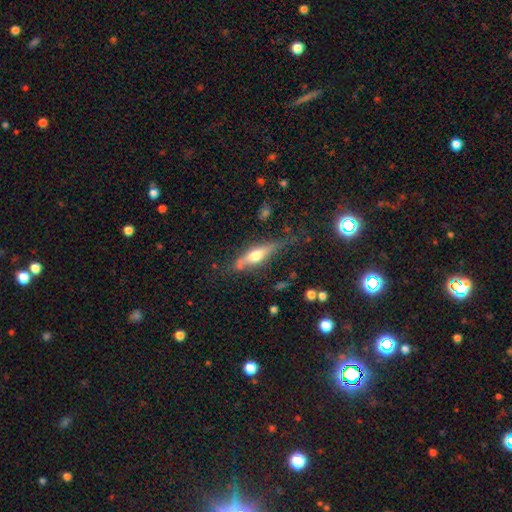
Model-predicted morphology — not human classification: featured or disk 54%, smooth 39%, star or artifact 7%. Down the decision tree: edge-on disk — yes (87%); merging — none (66%).